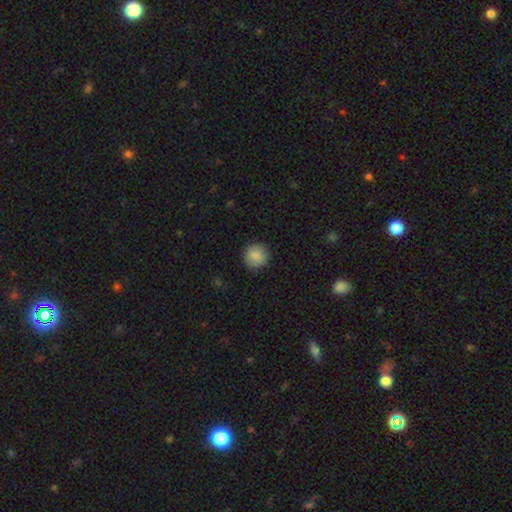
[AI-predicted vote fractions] This appears to be a smooth galaxy with no disk features (87%) that is round (94%). Merging: none (90%).